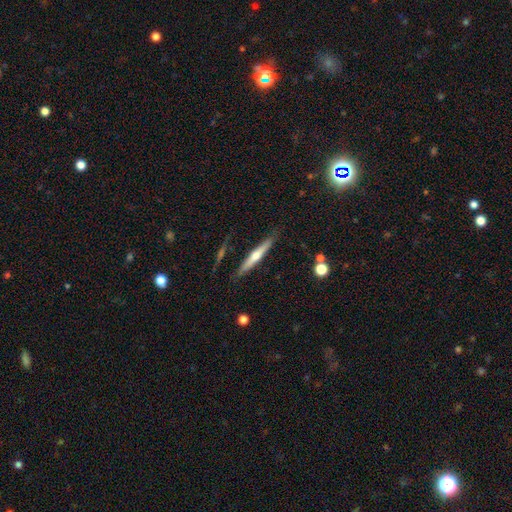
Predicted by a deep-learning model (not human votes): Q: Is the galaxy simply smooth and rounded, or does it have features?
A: featured or disk — 57%.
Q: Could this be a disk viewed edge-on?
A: yes — 95%.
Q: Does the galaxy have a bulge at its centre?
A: rounded — 83%.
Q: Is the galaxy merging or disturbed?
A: none — 82%.